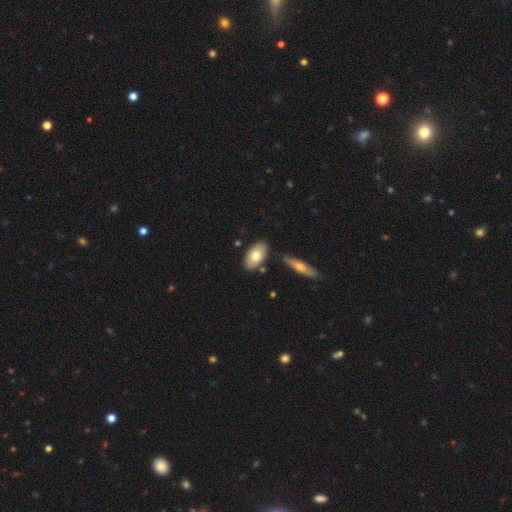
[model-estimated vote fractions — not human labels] This appears to be a smooth galaxy with no disk features (74%) that is in between round and cigar-shaped (93%). Merging: none (80%).